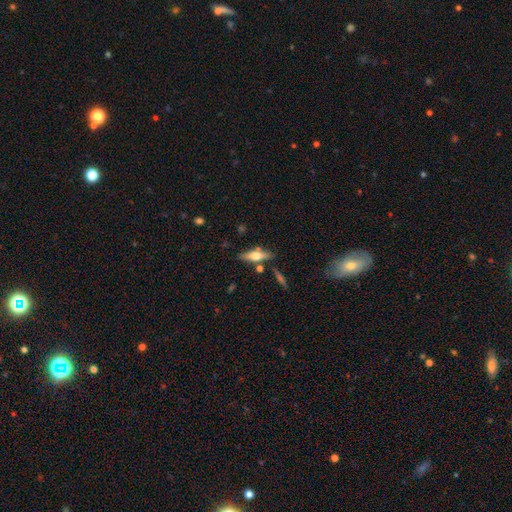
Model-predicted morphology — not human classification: Smooth or featured? Predicted: featured or disk (p=0.49). Merging? Predicted: none (p=0.76).